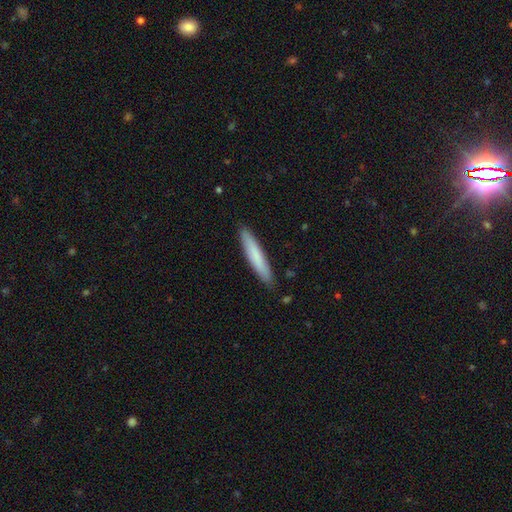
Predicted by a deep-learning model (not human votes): Smooth or featured? Predicted: smooth (p=0.76). How rounded? Predicted: cigar-shaped (p=0.92). Merging? Predicted: none (p=0.89).